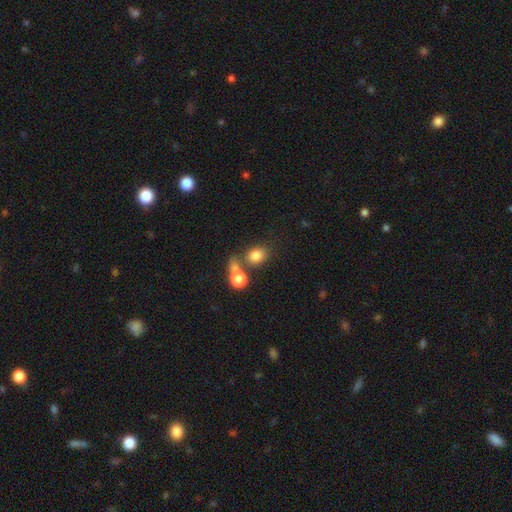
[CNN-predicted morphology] This appears to be a smooth galaxy with no disk features (79%) that is round (51%). Merging: none (54%).